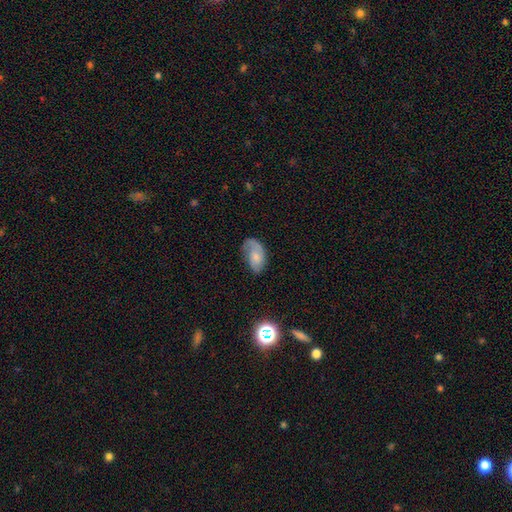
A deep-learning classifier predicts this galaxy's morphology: smooth 53%, featured or disk 39%, star or artifact 8%. Down the decision tree: how rounded — in between (91%); merging — none (48%).